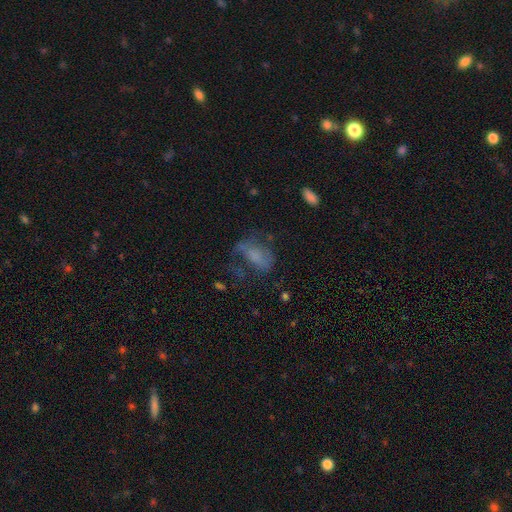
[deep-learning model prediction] smooth-or-featured: smooth: 46% | featured or disk: 39% | star or artifact: 16%
  merging: major disturbance: 40% | none: 35% | minor disturbance: 21% | merger: 4%